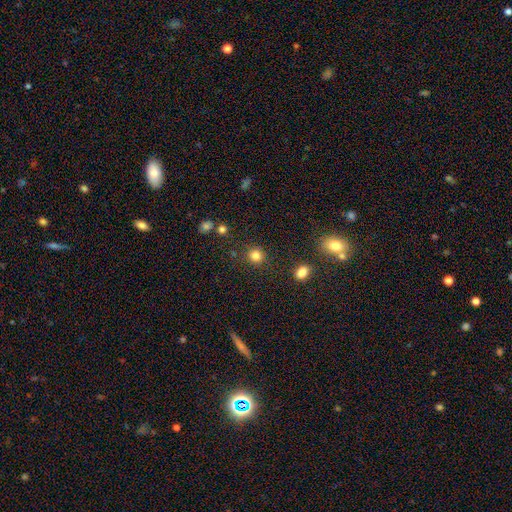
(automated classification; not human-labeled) This is clearly a smooth galaxy (83%). How rounded: clearly round (88%). Merging: clearly none (85%).